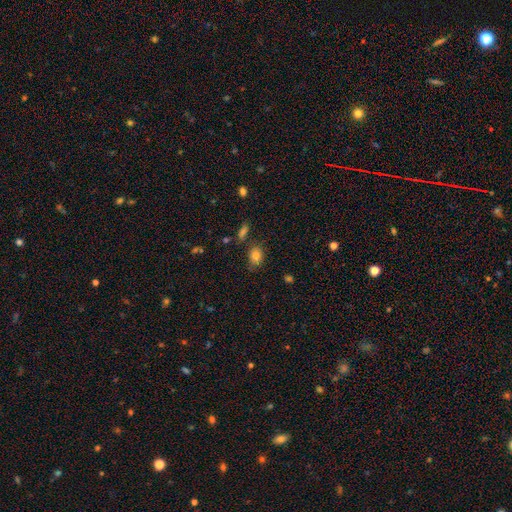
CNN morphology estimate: smooth-or-featured: smooth: 82% | star or artifact: 10% | featured or disk: 7%
  how-rounded: in between: 67% | round: 31% | cigar-shaped: 1%
  merging: none: 76% | minor disturbance: 15% | merger: 5% | major disturbance: 4%